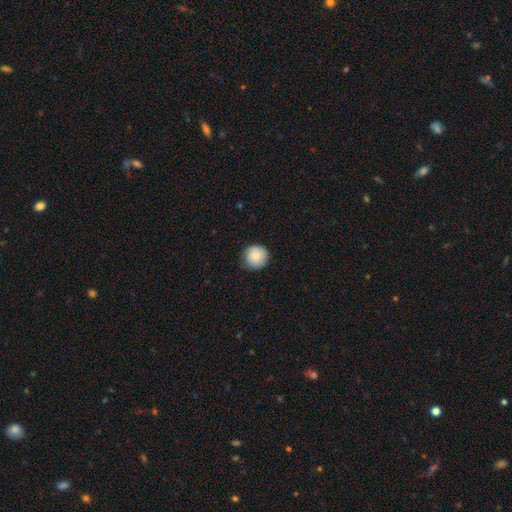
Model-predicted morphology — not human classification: A smooth galaxy with no disk features (83%) that is round (94%). Merging: none (80%).